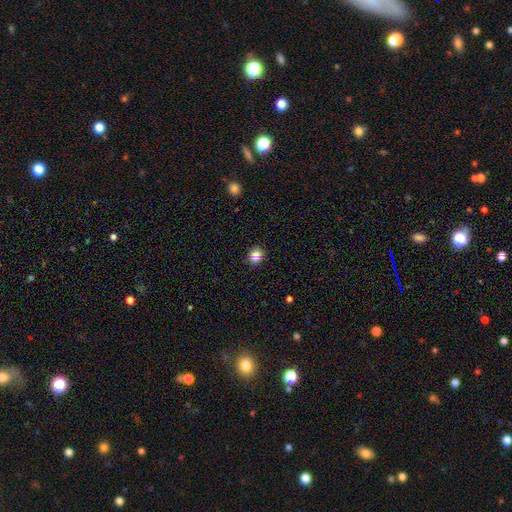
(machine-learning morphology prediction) Overall: smooth (79%). How rounded: round (77%). Merging: none (86%).